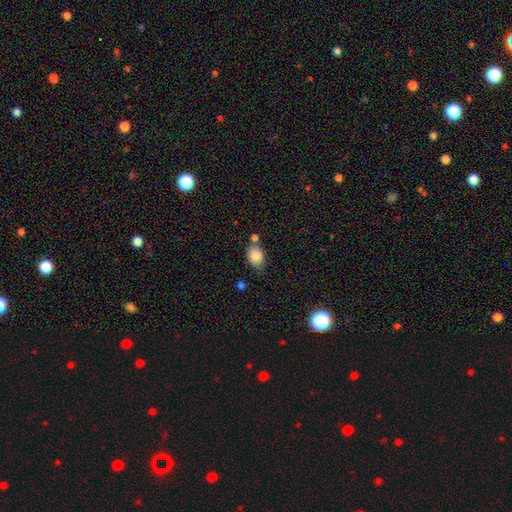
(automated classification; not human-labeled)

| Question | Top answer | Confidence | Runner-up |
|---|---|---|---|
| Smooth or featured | smooth | 86% | star or artifact (8%) |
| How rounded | in between | 68% | round (31%) |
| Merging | none | 58% | minor disturbance (23%) |